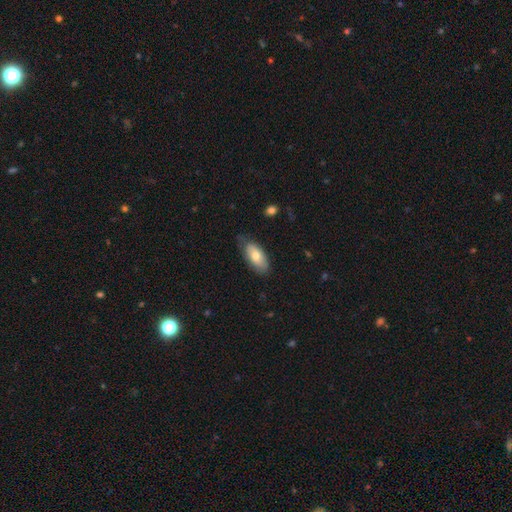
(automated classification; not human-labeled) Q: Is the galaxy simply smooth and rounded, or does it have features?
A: smooth — 71%.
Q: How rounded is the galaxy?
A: in between — 89%.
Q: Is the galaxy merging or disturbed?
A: none — 67%.